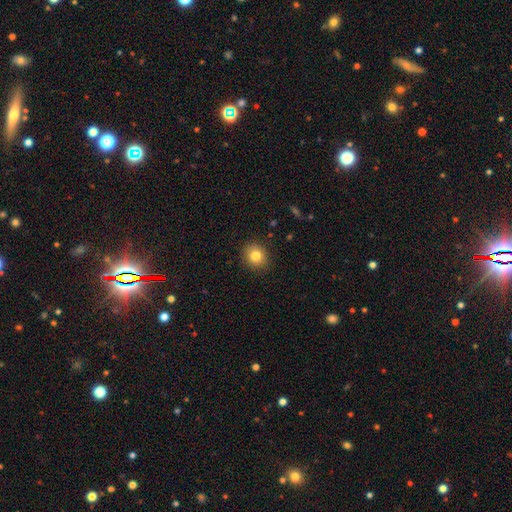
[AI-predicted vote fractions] Smooth or featured?
  - smooth: 81% *
  - star or artifact: 10%
  - featured or disk: 8%
How rounded?
  - round: 80% *
  - in between: 19%
  - cigar-shaped: 1%
Merging?
  - none: 89% *
  - minor disturbance: 8%
  - major disturbance: 2%
  - merger: 1%